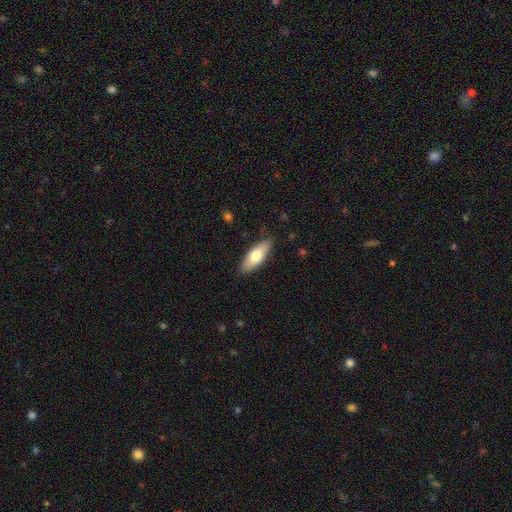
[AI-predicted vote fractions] This is likely a smooth galaxy (72%). How rounded: likely in between (70%). Merging: clearly none (84%).